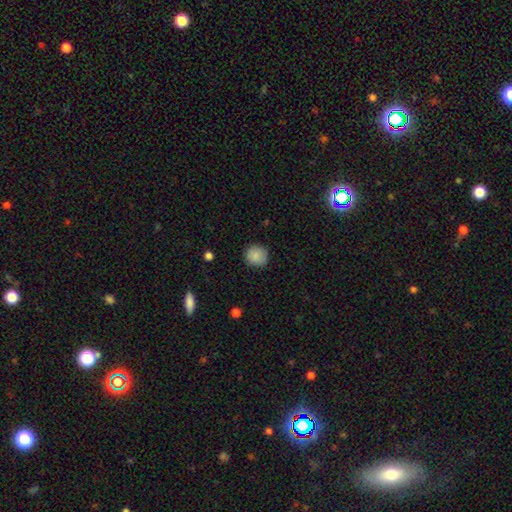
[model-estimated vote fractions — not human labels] This is clearly a smooth galaxy (88%). How rounded: clearly round (91%). Merging: clearly none (87%).